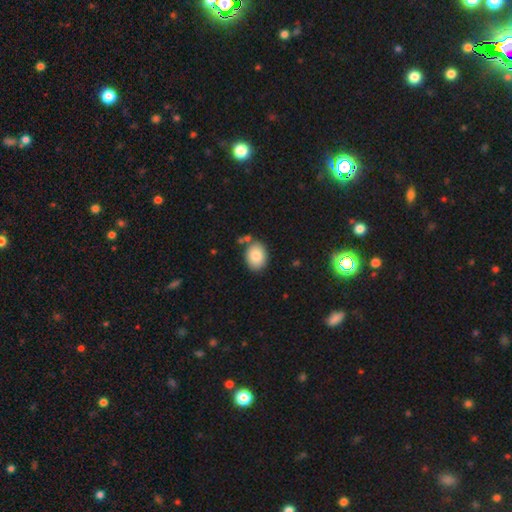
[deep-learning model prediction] Morphology: type=smooth (85%); roundness=in between (71%); merging=none (79%).